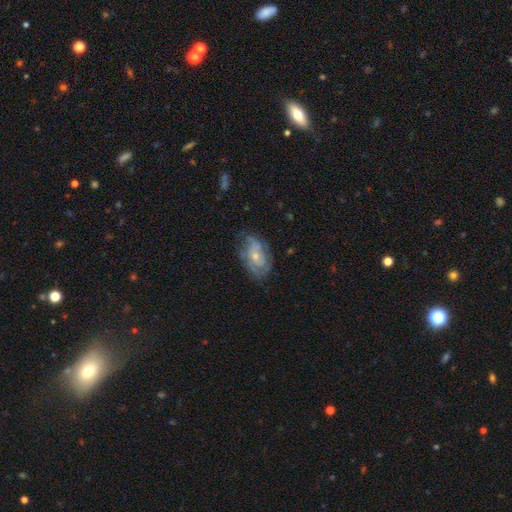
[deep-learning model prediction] Smooth or featured: featured or disk — 66% (smooth — 27%)
Edge-on disk: no — 96% (yes — 4%)
Bar: no — 76% (weak — 20%)
Spiral arms: yes — 77% (no — 23%)
Bulge size: small — 58% (moderate — 37%)
Merging: none — 60% (minor disturbance — 26%)